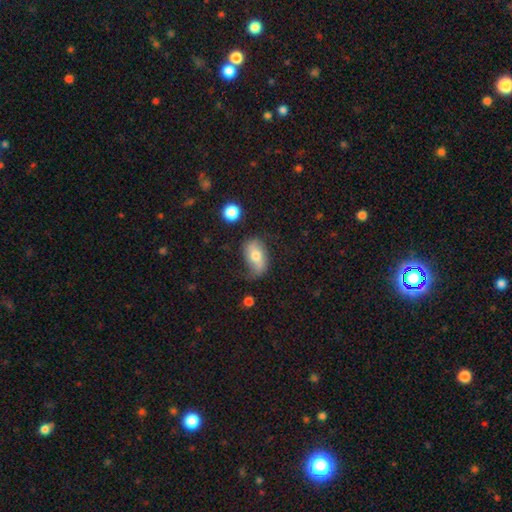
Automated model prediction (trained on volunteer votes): Overall: smooth (55%; featured or disk 36%). How rounded: in between (87%). Merging: none (53%; minor disturbance 30%).